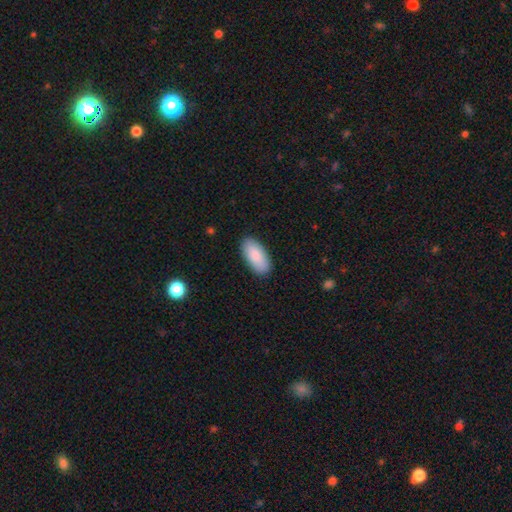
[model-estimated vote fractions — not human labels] A smooth galaxy with no disk features (86%) that is in between round and cigar-shaped (92%).

Vote fractions:
- Smooth or featured? smooth: 86% / featured or disk: 9% / star or artifact: 6%
- How rounded? in between: 92% / cigar-shaped: 6% / round: 2%
- Merging? none: 88% / minor disturbance: 9% / major disturbance: 2% / merger: 1%